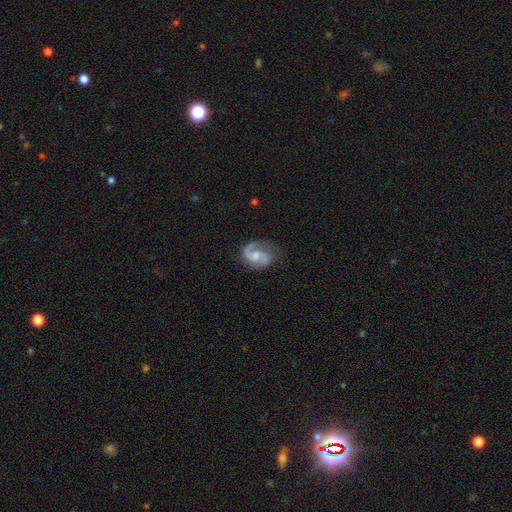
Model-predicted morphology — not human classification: A featured or disk galaxy (85%) with no bar (52%), 2 (80%) medium (53%) spiral arms (97%) and a moderate central bulge (46%). Merging: none (67%).